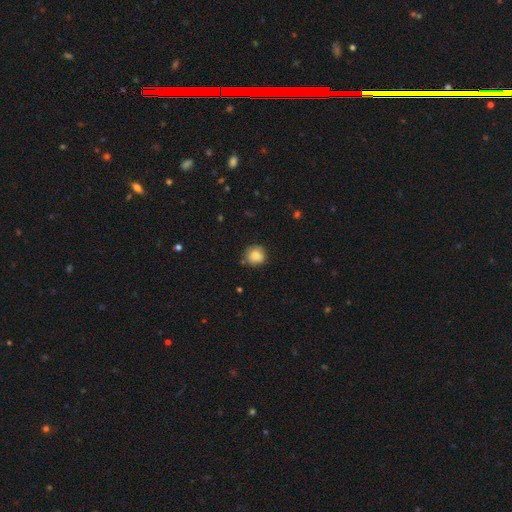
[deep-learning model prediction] smooth-or-featured: smooth: 82% | featured or disk: 9% | star or artifact: 9%
  how-rounded: round: 88% | in between: 11% | cigar-shaped: 1%
  merging: none: 77% | minor disturbance: 17% | major disturbance: 3% | merger: 2%